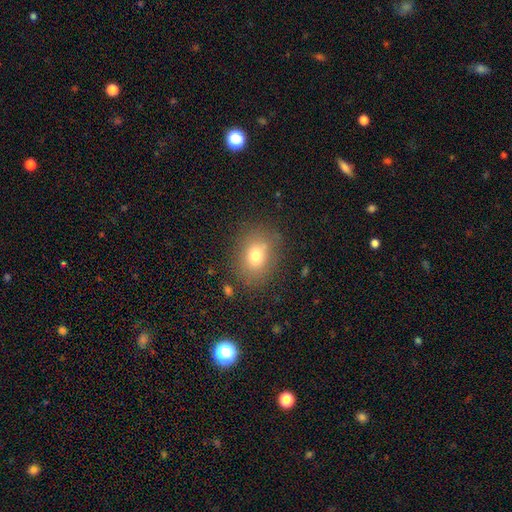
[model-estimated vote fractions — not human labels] Smooth or featured? Predicted: smooth (p=0.75). How rounded? Predicted: in between (p=0.56). Merging? Predicted: none (p=0.80).